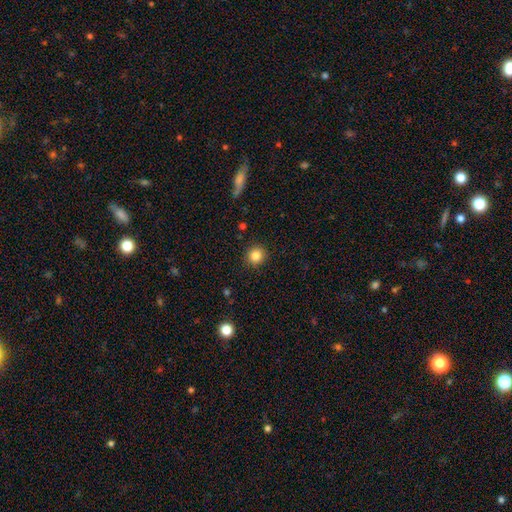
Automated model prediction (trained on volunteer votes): A smooth galaxy with no disk features (85%) that is round (90%).

Vote fractions:
- Smooth or featured? smooth: 85% / star or artifact: 10% / featured or disk: 5%
- How rounded? round: 90% / in between: 9% / cigar-shaped: 1%
- Merging? none: 90% / minor disturbance: 7% / major disturbance: 2% / merger: 1%